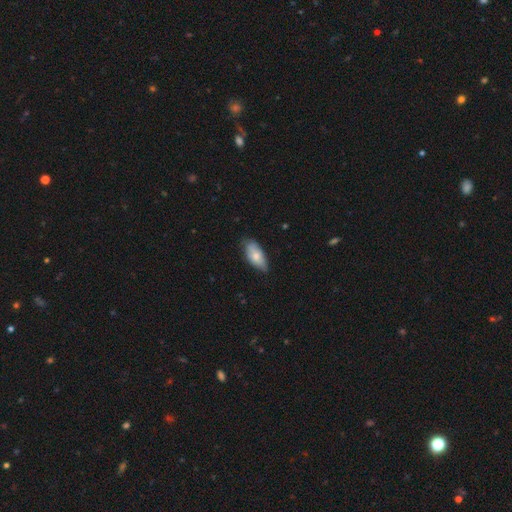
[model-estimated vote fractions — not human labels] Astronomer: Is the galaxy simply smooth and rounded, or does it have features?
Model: smooth — 73%.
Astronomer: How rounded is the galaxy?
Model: in between — 90%.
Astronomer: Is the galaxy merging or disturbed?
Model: none — 69%.